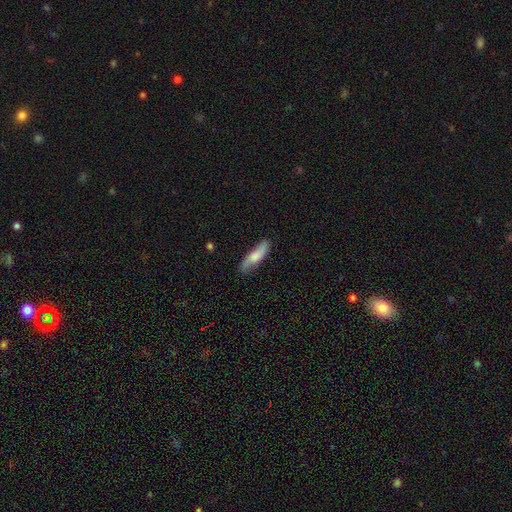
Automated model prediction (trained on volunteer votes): Overall: smooth (58%; featured or disk 36%). How rounded: cigar-shaped (64%; in between 34%). Merging: none (77%).